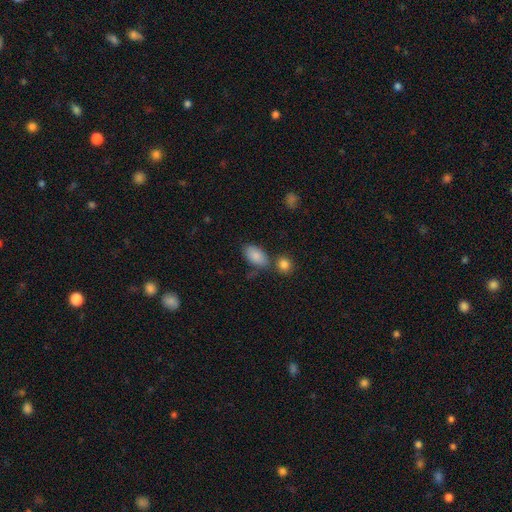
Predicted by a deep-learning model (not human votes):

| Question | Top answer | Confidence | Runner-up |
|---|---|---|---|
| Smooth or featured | smooth | 86% | star or artifact (7%) |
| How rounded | in between | 93% | round (5%) |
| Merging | none | 63% | merger (16%) |